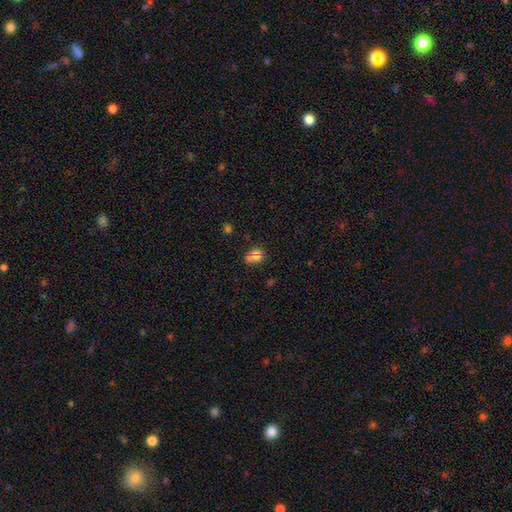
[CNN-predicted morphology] Smooth or featured? Predicted: smooth (p=0.70). How rounded? Predicted: round (p=0.56). Merging? Predicted: none (p=0.44).